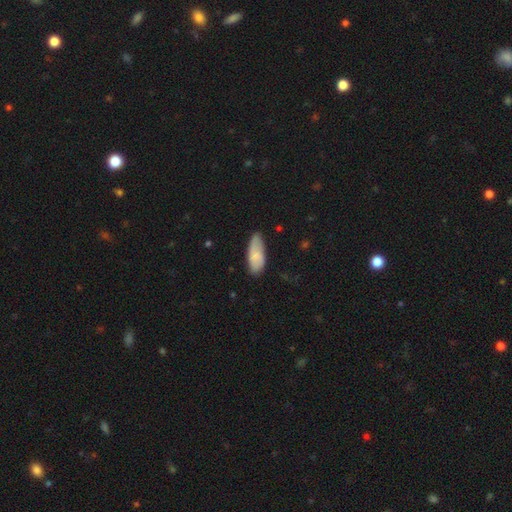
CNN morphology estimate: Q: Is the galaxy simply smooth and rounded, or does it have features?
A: smooth — 76%.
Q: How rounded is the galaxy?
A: in between — 81%.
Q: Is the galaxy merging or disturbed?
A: none — 62%.